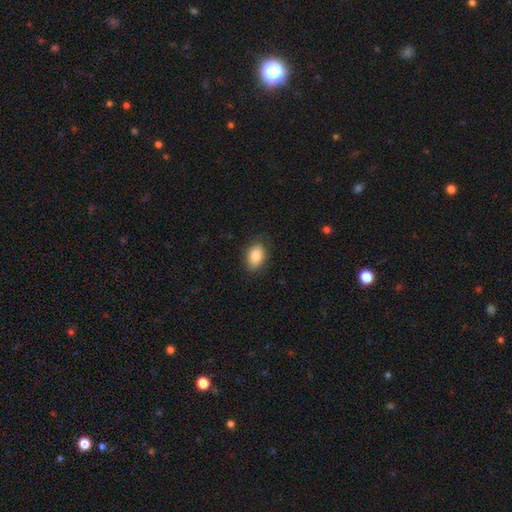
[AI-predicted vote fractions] Overall: smooth (86%). How rounded: in between (88%). Merging: none (84%).